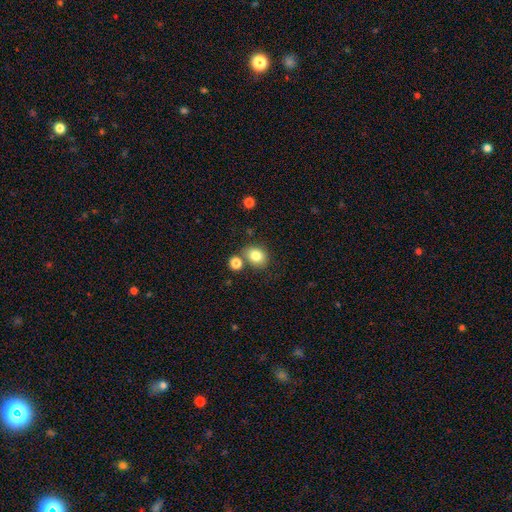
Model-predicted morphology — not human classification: A smooth galaxy with no disk features (81%) that is round (59%). Merging: none (69%).